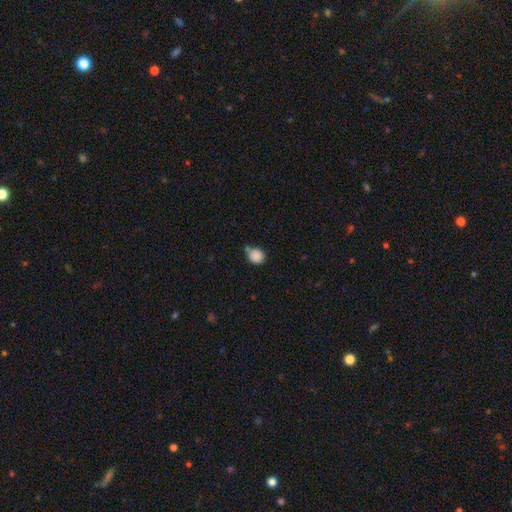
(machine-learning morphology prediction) smooth 87%, star or artifact 9%, featured or disk 4%. Down the decision tree: how rounded — round (77%); merging — none (56%).